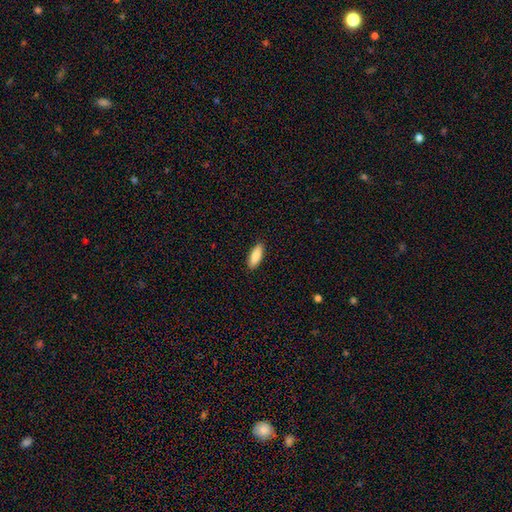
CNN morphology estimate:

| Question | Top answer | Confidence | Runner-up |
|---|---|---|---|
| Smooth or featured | smooth | 86% | featured or disk (8%) |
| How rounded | in between | 64% | cigar-shaped (35%) |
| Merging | none | 90% | minor disturbance (7%) |